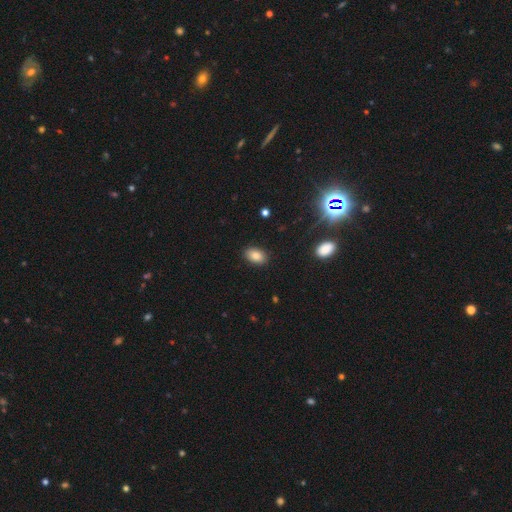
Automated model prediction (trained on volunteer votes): smooth-or-featured: smooth: 85% | star or artifact: 9% | featured or disk: 6%
  how-rounded: in between: 89% | round: 9% | cigar-shaped: 1%
  merging: none: 89% | minor disturbance: 8% | major disturbance: 2% | merger: 1%